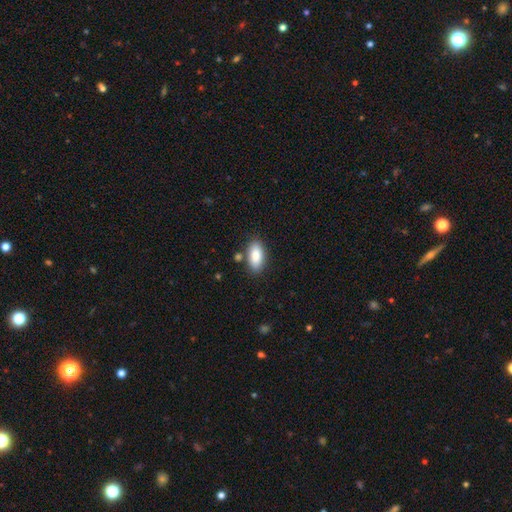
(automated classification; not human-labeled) This is clearly a smooth galaxy (88%). How rounded: clearly in between (91%). Merging: clearly none (82%).